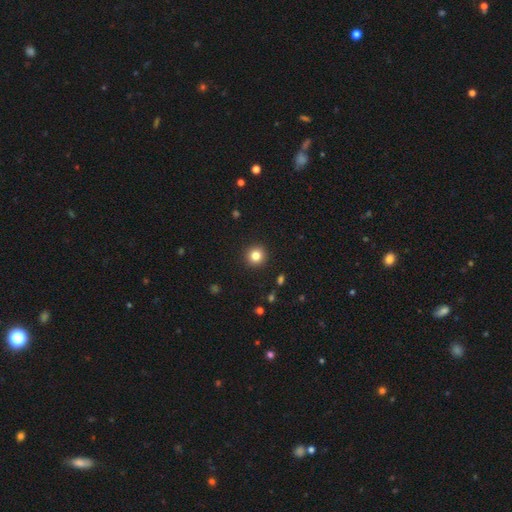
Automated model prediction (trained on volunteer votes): A smooth galaxy with no disk features (82%) that is round (94%). Merging: none (92%).